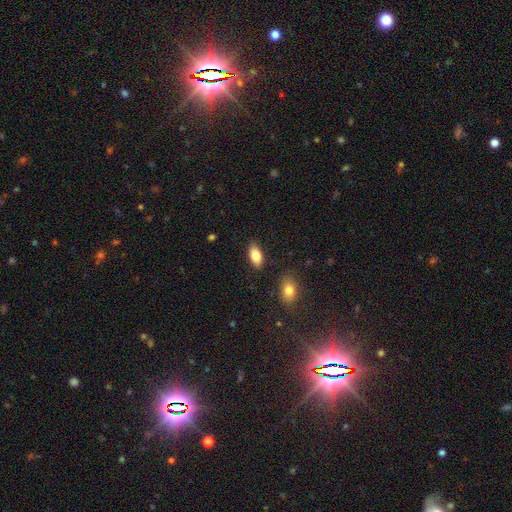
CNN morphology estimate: smooth-or-featured: smooth: 83% | featured or disk: 10% | star or artifact: 7%
  how-rounded: in between: 91% | cigar-shaped: 5% | round: 3%
  merging: none: 86% | minor disturbance: 10% | major disturbance: 2% | merger: 2%